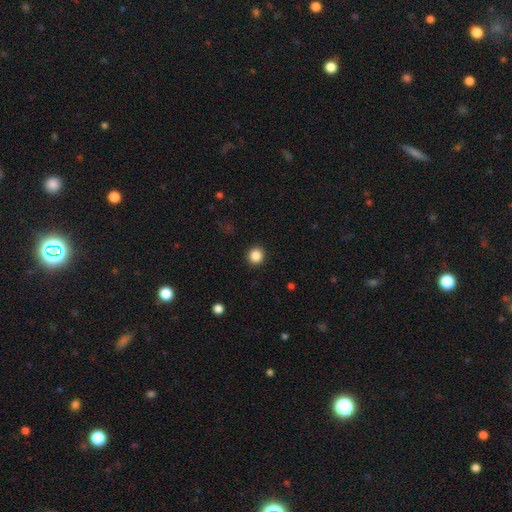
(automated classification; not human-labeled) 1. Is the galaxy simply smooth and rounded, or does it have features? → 86% smooth, 10% star or artifact, 3% featured or disk.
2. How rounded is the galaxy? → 93% round, 6% in between, 1% cigar-shaped.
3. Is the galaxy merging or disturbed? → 93% none, 5% minor disturbance, 2% major disturbance, 1% merger.